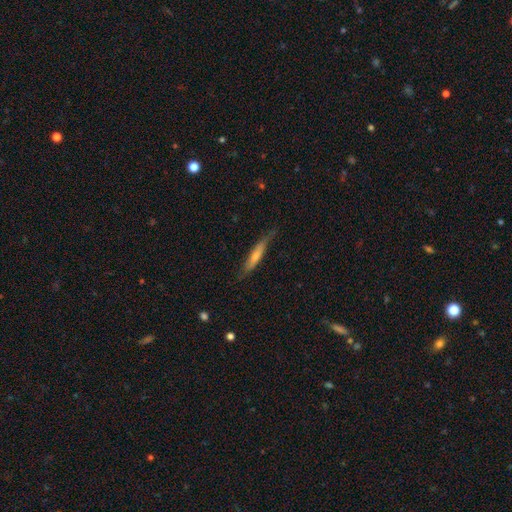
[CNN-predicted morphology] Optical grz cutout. It shows a smooth galaxy with no disk features (62%) that is cigar-shaped (87%). Merging: none (66%).